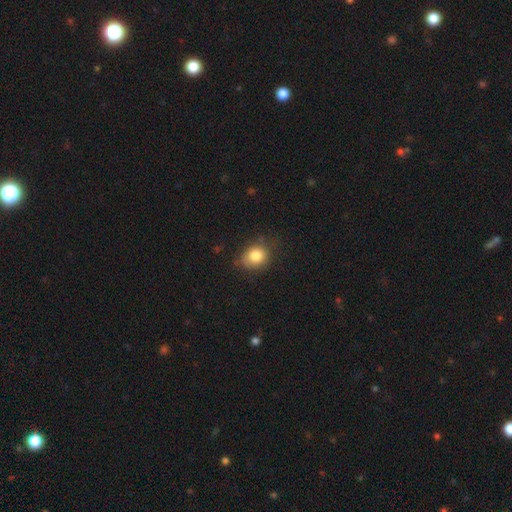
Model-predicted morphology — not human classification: A smooth galaxy with no disk features (83%) that is round (55%).

Vote fractions:
- Smooth or featured? smooth: 83% / star or artifact: 9% / featured or disk: 8%
- How rounded? round: 55% / in between: 44% / cigar-shaped: 1%
- Merging? none: 66% / minor disturbance: 26% / major disturbance: 6% / merger: 2%